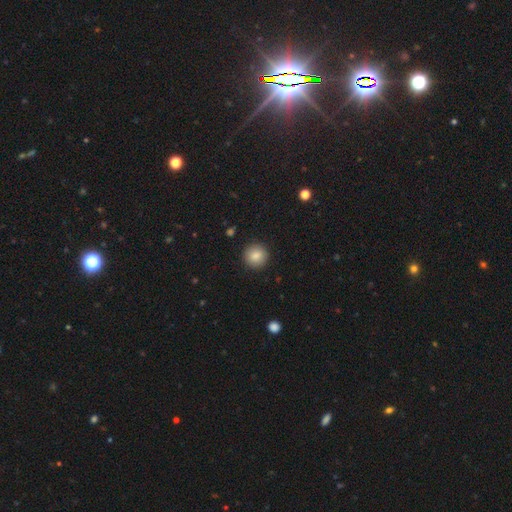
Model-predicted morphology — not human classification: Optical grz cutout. It shows a smooth galaxy with no disk features (86%) that is round (94%). Merging: none (92%).